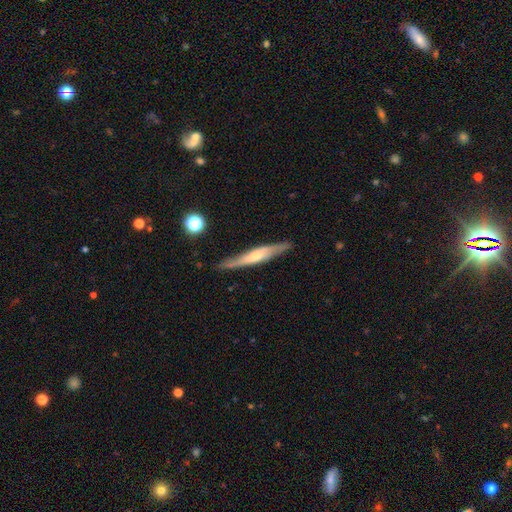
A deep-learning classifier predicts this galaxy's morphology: This appears to be a featured or disk galaxy (61%) viewed edge-on (90%) with a rounded central bulge (56%). Merging: none (83%).